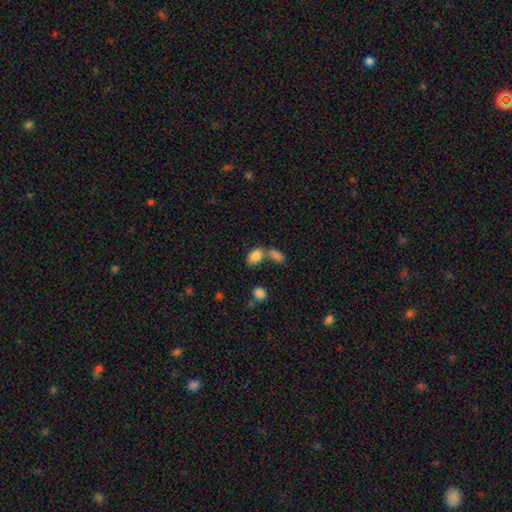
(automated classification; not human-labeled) Morphology: type=smooth (83%); roundness=in between (90%); merging=none (44%).